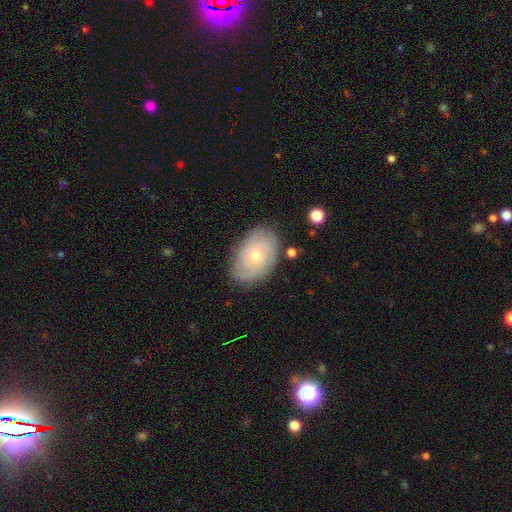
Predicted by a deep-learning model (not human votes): Smooth or featured? featured or disk (61%)
Edge-on disk? no (95%)
Bar? no (81%)
Spiral arms? yes (79%)
Bulge size? small (49%)
Merging? none (80%)